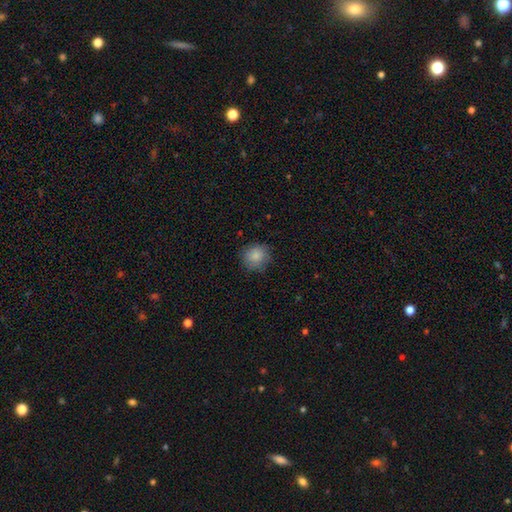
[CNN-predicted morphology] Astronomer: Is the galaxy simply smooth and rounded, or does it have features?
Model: smooth — 86%.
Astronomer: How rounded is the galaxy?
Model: round — 88%.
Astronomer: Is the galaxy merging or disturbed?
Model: none — 82%.